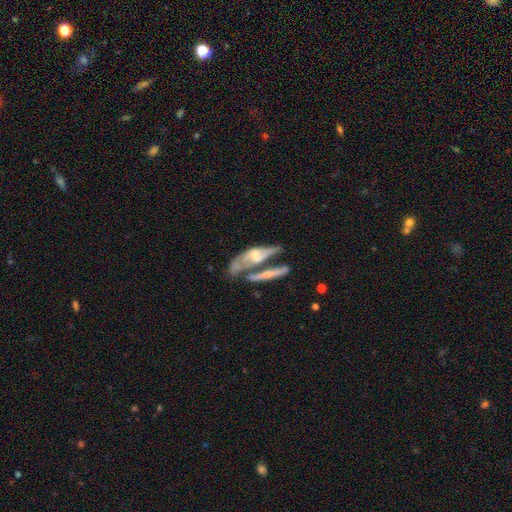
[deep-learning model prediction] featured or disk 62%, smooth 32%, star or artifact 6%. Down the decision tree: edge-on disk — no (62%); merging — merger (47%).